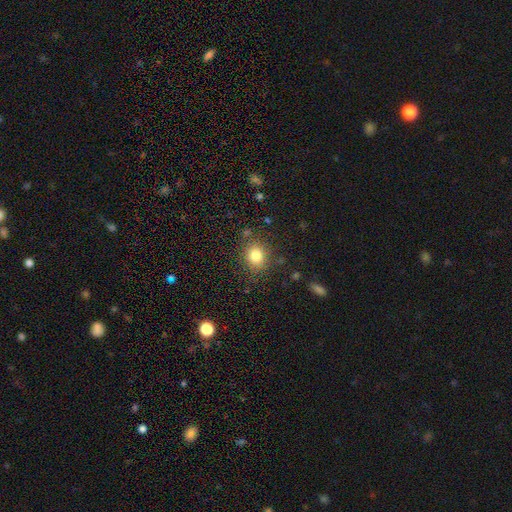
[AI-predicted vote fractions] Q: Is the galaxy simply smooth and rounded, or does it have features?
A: smooth — 80%.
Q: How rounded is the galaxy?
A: round — 74%.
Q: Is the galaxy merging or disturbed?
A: none — 83%.